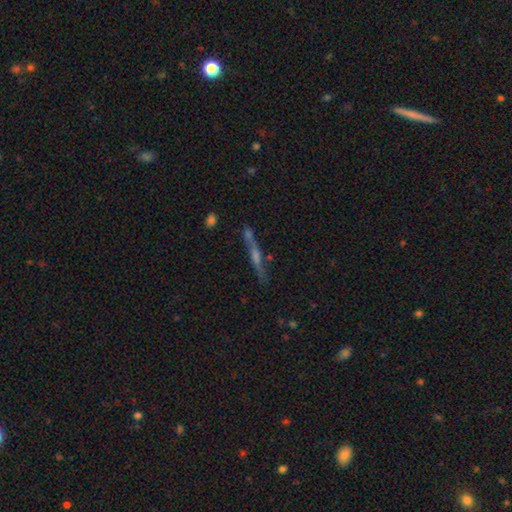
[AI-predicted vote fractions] This is possibly a featured or disk galaxy (60%). It is clearly viewed edge-on (90%). Edge-on bulge: possibly rounded (52%). Merging: likely none (71%).